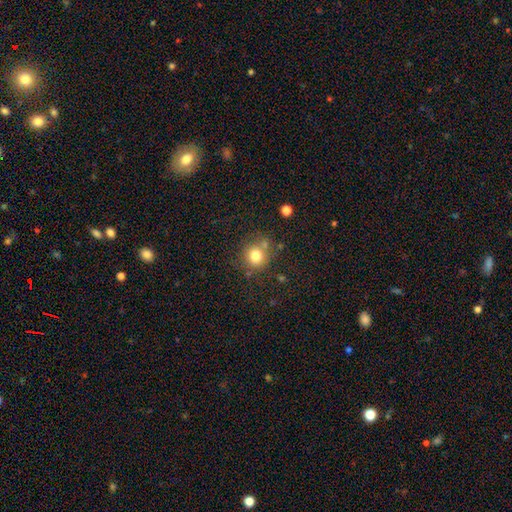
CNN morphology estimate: A smooth galaxy with no disk features (79%) that is round (88%).

Vote fractions:
- Smooth or featured? smooth: 79% / star or artifact: 12% / featured or disk: 9%
- How rounded? round: 88% / in between: 11% / cigar-shaped: 1%
- Merging? none: 68% / minor disturbance: 14% / merger: 13% / major disturbance: 5%